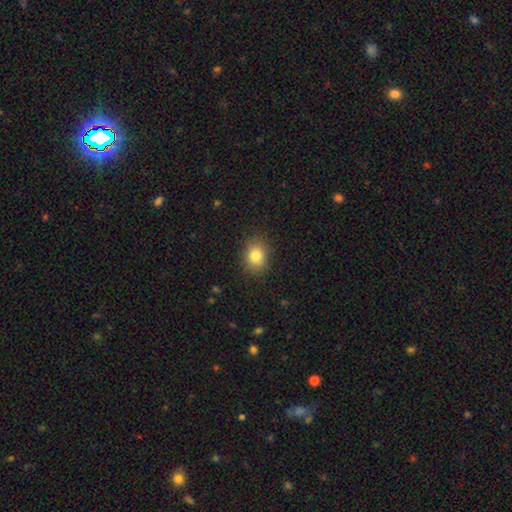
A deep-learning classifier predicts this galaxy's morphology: smooth_or_featured: smooth (p=0.82) [alt: star or artifact p=0.11]
how_rounded: round (p=0.57) [alt: in between p=0.42]
merging: none (p=0.87) [alt: minor disturbance p=0.09]